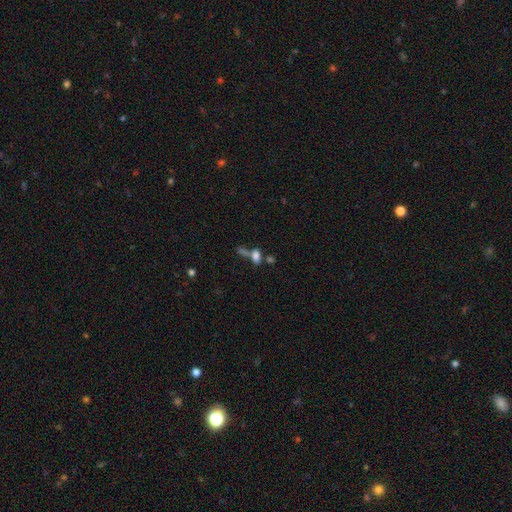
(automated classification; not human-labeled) Smooth or featured: smooth — 73% (star or artifact — 14%)
How rounded: in between — 82% (round — 10%)
Merging: merger — 44% (none — 36%)